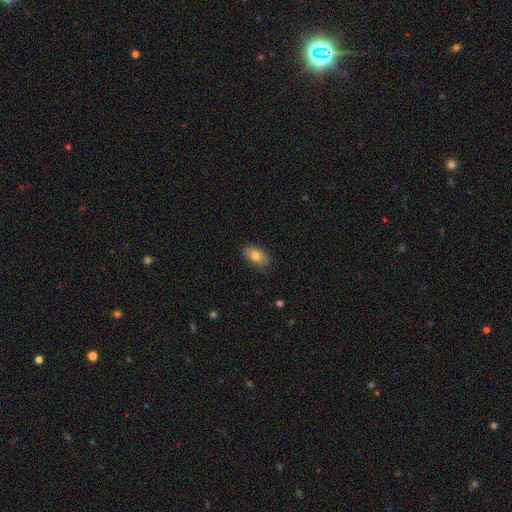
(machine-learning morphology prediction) Q: Smooth or featured?
A: smooth (78%); runner-up: featured or disk (14%)
Q: How rounded?
A: in between (90%); runner-up: round (8%)
Q: Merging?
A: none (79%); runner-up: minor disturbance (17%)